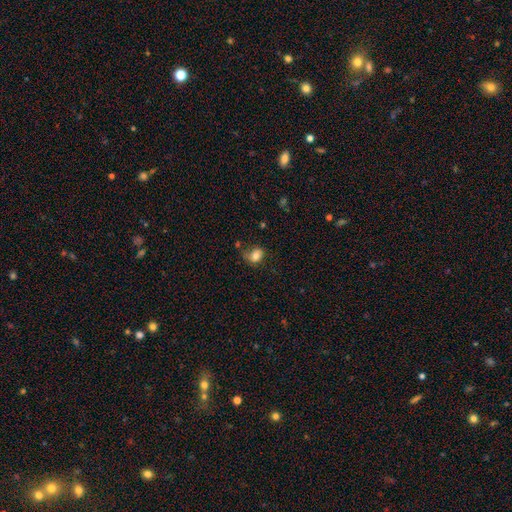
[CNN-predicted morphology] A smooth galaxy with no disk features (79%) that is in between round and cigar-shaped (52%).

Vote fractions:
- Smooth or featured? smooth: 79% / featured or disk: 11% / star or artifact: 10%
- How rounded? in between: 52% / round: 47% / cigar-shaped: 1%
- Merging? none: 54% / minor disturbance: 29% / major disturbance: 12% / merger: 5%